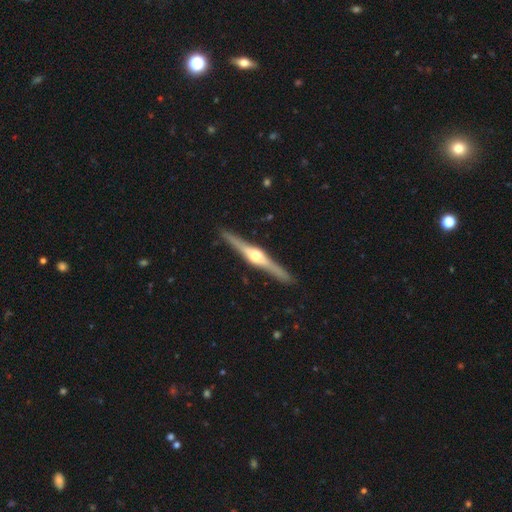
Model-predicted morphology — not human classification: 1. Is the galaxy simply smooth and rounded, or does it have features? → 84% featured or disk, 11% smooth, 5% star or artifact.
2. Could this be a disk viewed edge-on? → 98% yes, 2% no.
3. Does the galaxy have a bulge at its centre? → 91% rounded, 7% boxy, 2% none.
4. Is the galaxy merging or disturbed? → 91% none, 7% minor disturbance, 1% major disturbance, 1% merger.